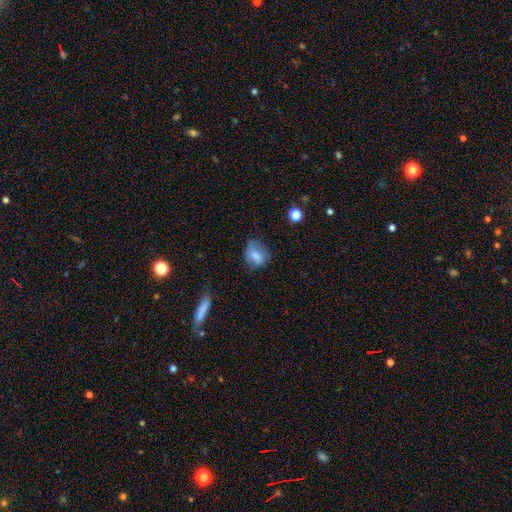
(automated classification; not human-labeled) Smooth or featured: smooth — 71% (featured or disk — 19%)
How rounded: in between — 61% (round — 37%)
Merging: none — 49% (minor disturbance — 32%)